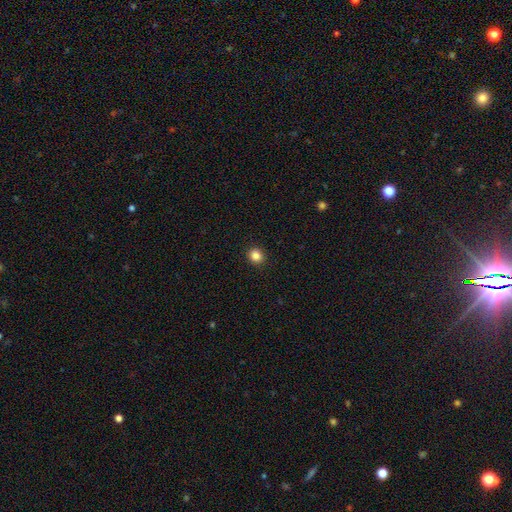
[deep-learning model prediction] Smooth or featured: smooth — 85% (star or artifact — 11%)
How rounded: round — 86% (in between — 13%)
Merging: none — 92% (minor disturbance — 5%)